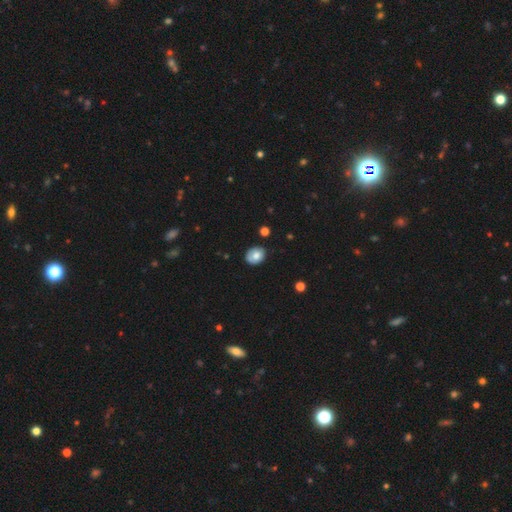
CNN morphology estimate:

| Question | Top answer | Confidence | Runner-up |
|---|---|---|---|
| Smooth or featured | smooth | 76% | featured or disk (15%) |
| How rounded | round | 57% | in between (42%) |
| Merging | none | 79% | minor disturbance (16%) |